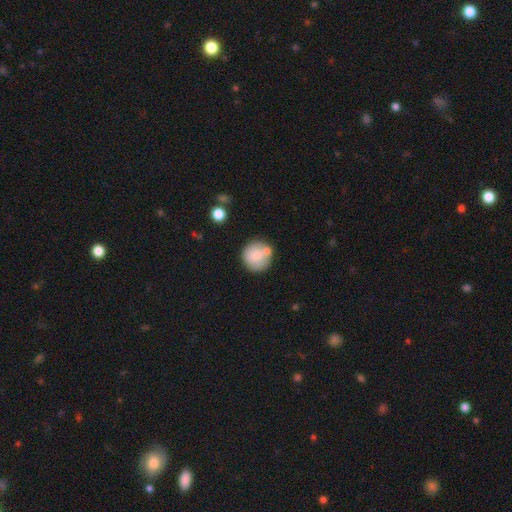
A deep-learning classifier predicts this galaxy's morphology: Overall: smooth (78%). How rounded: round (94%). Merging: none (70%).